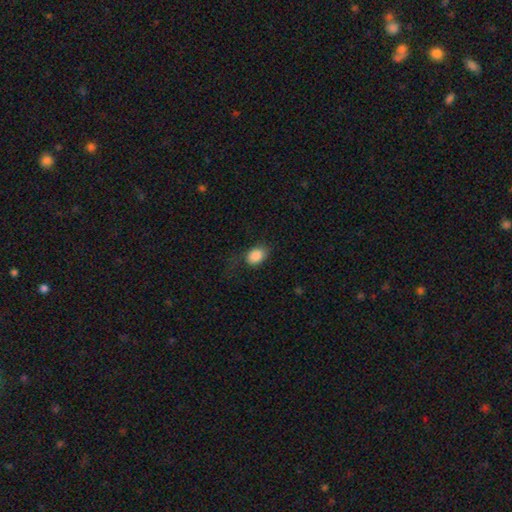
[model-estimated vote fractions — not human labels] Morphology: type=smooth (86%); roundness=in between (77%); merging=none (65%).